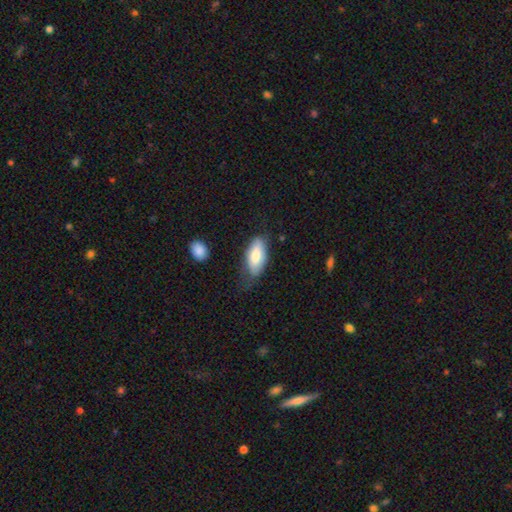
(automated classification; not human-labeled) smooth_or_featured: smooth (p=0.75) [alt: featured or disk p=0.19]
how_rounded: in between (p=0.88) [alt: cigar-shaped p=0.10]
merging: none (p=0.56) [alt: minor disturbance p=0.29]